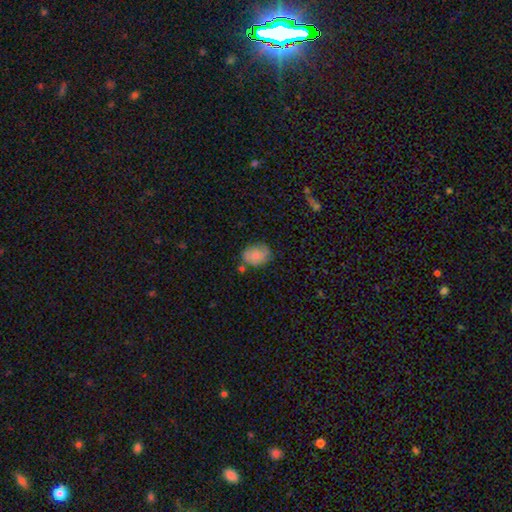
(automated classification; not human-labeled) smooth-or-featured: smooth: 77% | featured or disk: 15% | star or artifact: 7%
  how-rounded: in between: 64% | round: 35% | cigar-shaped: 1%
  merging: none: 62% | minor disturbance: 24% | merger: 7% | major disturbance: 6%